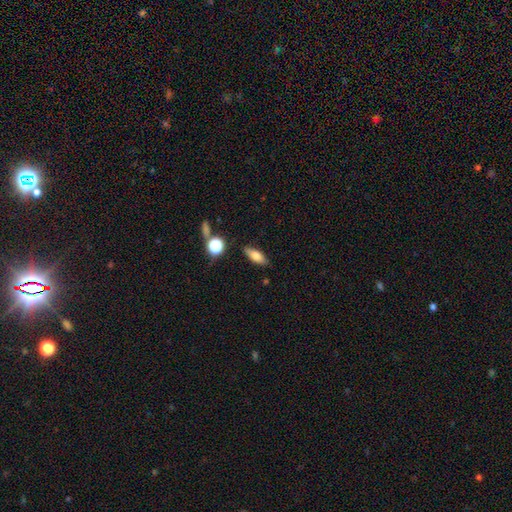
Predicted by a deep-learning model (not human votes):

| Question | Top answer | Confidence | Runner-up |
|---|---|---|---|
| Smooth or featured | smooth | 72% | featured or disk (18%) |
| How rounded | in between | 71% | cigar-shaped (24%) |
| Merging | none | 82% | minor disturbance (12%) |